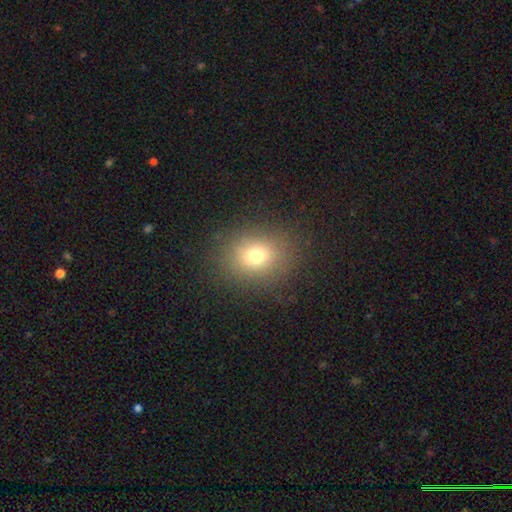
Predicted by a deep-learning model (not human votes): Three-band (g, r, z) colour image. It shows a smooth galaxy with no disk features (73%) that is round (62%). Merging: none (85%).